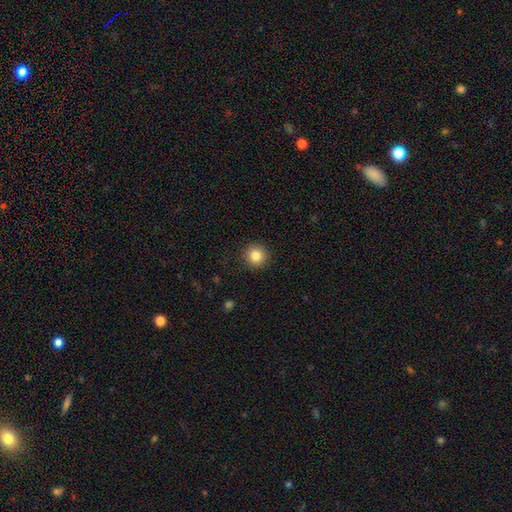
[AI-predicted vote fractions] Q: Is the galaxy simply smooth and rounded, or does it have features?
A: smooth — 85%.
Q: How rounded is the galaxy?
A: round — 94%.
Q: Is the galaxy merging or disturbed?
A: none — 91%.